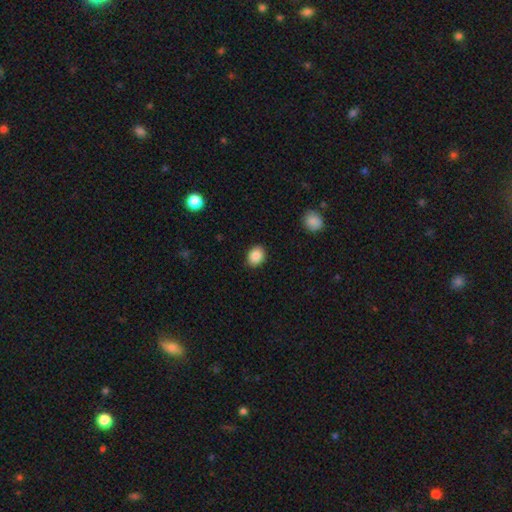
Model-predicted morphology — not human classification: smooth 87%, star or artifact 8%, featured or disk 4%. Down the decision tree: how rounded — in between (53%); merging — none (89%).